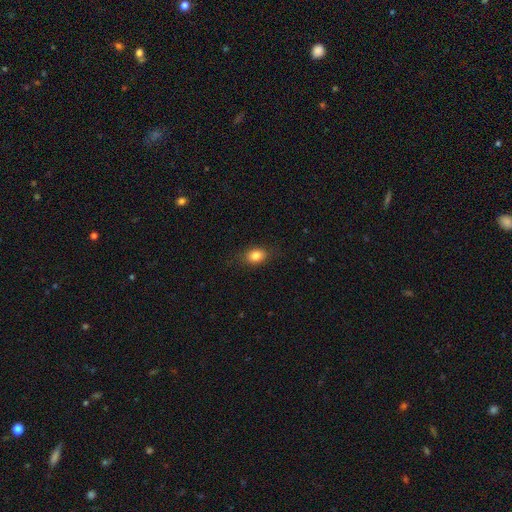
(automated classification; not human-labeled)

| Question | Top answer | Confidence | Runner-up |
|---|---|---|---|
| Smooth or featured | smooth | 83% | star or artifact (9%) |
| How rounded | in between | 69% | round (29%) |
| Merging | none | 82% | minor disturbance (13%) |